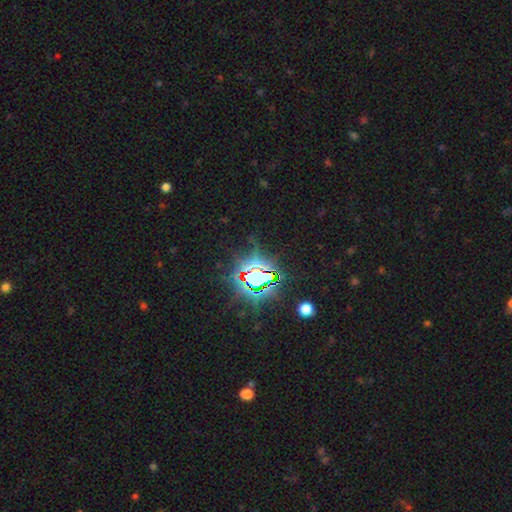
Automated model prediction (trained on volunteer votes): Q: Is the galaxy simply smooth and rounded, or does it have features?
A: star or artifact — 79%.